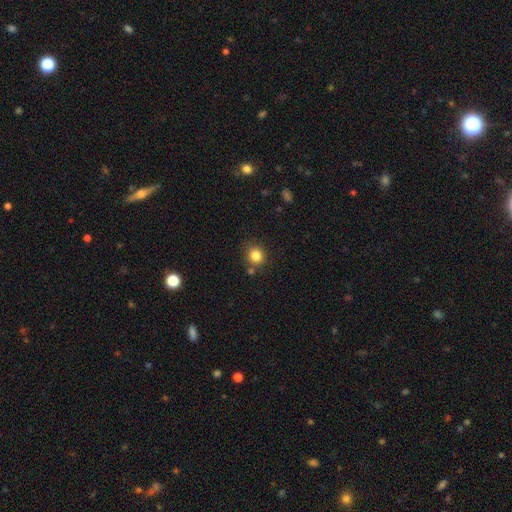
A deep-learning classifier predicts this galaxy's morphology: The model was most divided on "merging": none: 77%, minor disturbance: 10%, merger: 10%, major disturbance: 3%. More confident: how rounded — round (89%); smooth or featured — smooth (83%).